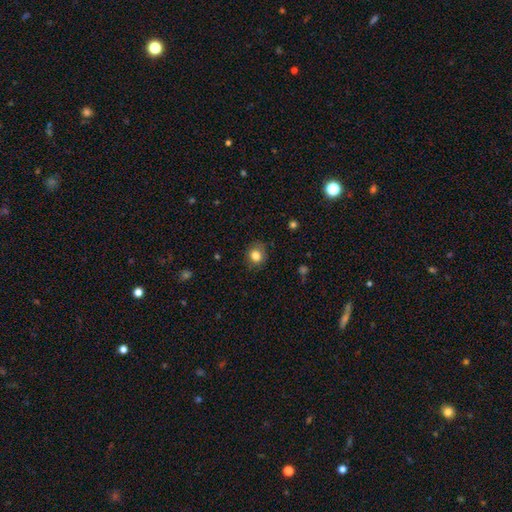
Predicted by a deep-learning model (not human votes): smooth-or-featured: smooth: 82% | star or artifact: 10% | featured or disk: 8%
  how-rounded: round: 79% | in between: 20% | cigar-shaped: 1%
  merging: none: 81% | minor disturbance: 14% | major disturbance: 4% | merger: 1%